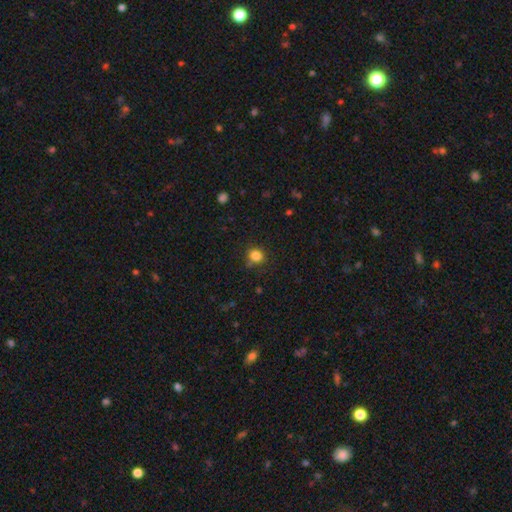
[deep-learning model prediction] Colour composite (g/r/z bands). It shows a smooth galaxy with no disk features (83%) that is round (82%). Merging: none (79%).